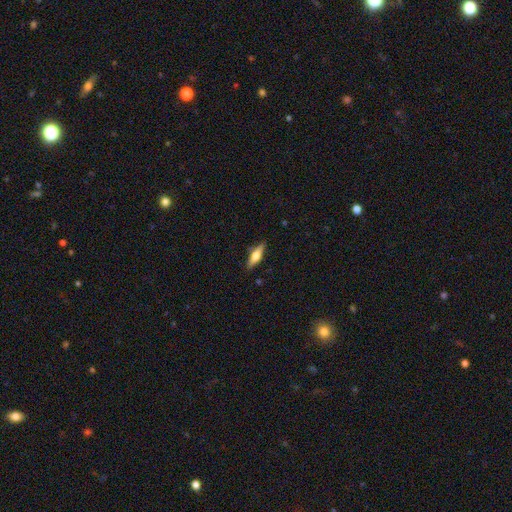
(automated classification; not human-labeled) This appears to be a featured or disk galaxy (52%) viewed edge-on (94%). Merging: none (87%).